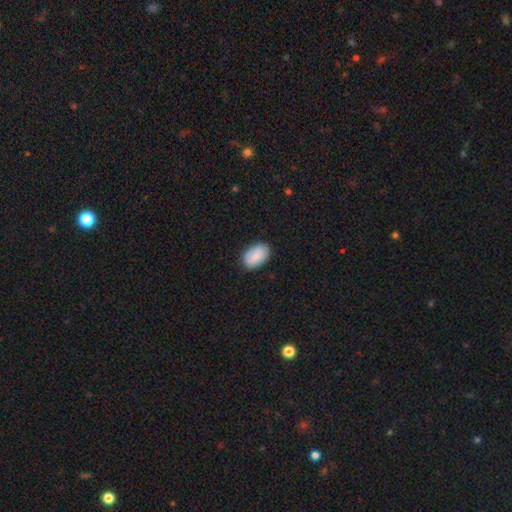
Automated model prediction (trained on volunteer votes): This is clearly a smooth galaxy (82%). How rounded: clearly in between (90%). Merging: clearly none (83%).